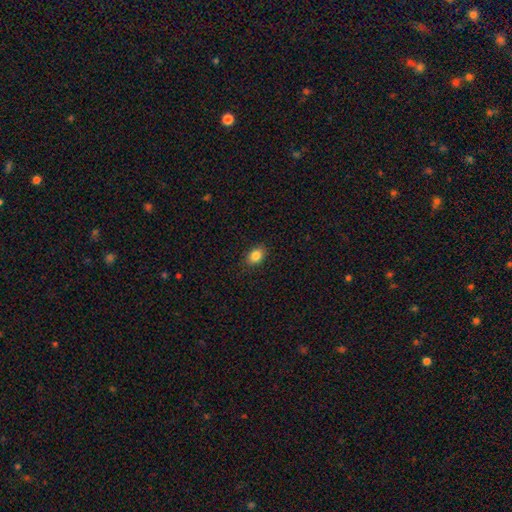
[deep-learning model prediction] The model was most divided on "how rounded": in between: 75%, round: 23%, cigar-shaped: 1%. More confident: merging — none (88%); smooth or featured — smooth (85%).